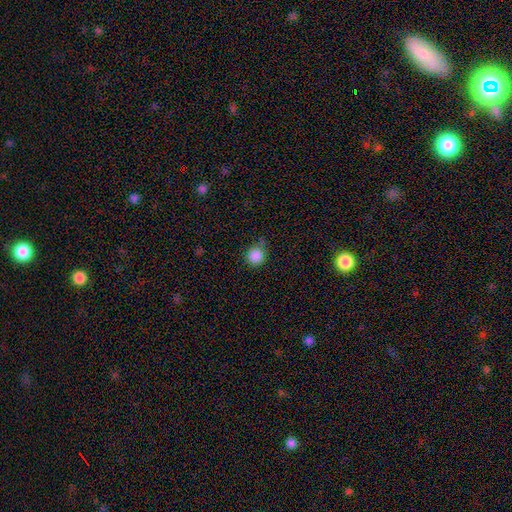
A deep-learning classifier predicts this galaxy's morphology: Smooth or featured: smooth — 87% (star or artifact — 10%)
How rounded: round — 93% (in between — 6%)
Merging: none — 70% (minor disturbance — 21%)